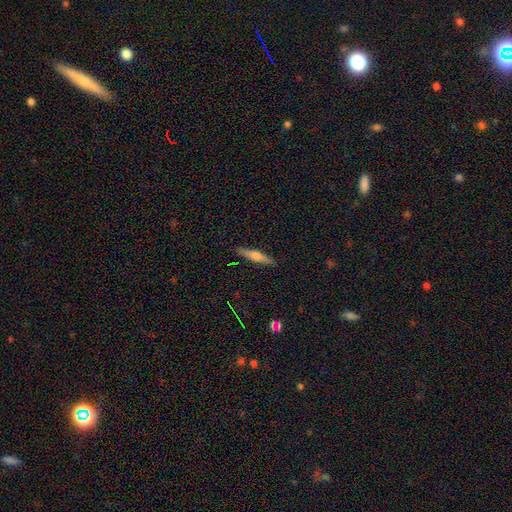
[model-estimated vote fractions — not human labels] A smooth galaxy with no disk features (55%) that is cigar-shaped (87%).

Vote fractions:
- Smooth or featured? smooth: 55% / featured or disk: 38% / star or artifact: 7%
- How rounded? cigar-shaped: 87% / in between: 12% / round: 2%
- Merging? none: 89% / minor disturbance: 8% / major disturbance: 2% / merger: 1%